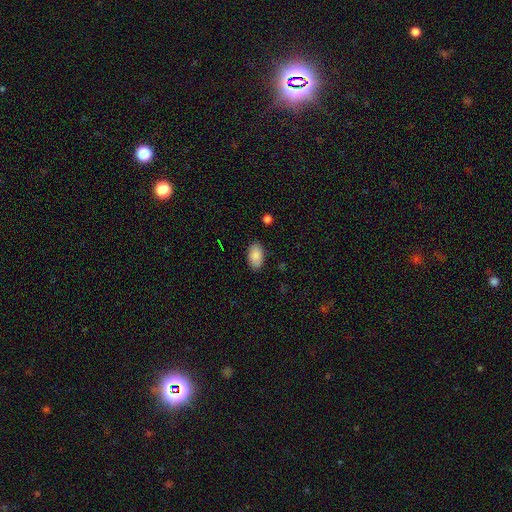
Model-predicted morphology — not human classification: Smooth or featured? Predicted: smooth (p=0.88). How rounded? Predicted: in between (p=0.94). Merging? Predicted: none (p=0.87).